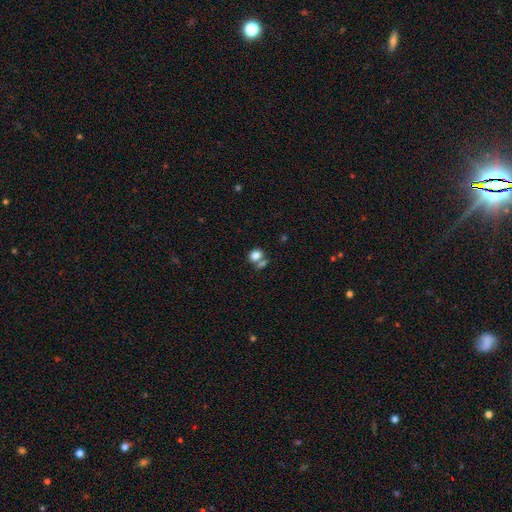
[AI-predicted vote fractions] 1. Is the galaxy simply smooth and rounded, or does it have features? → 81% smooth, 11% star or artifact, 8% featured or disk.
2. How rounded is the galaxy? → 51% round, 47% in between, 1% cigar-shaped.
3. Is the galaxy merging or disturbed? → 48% none, 36% merger, 11% minor disturbance, 5% major disturbance.